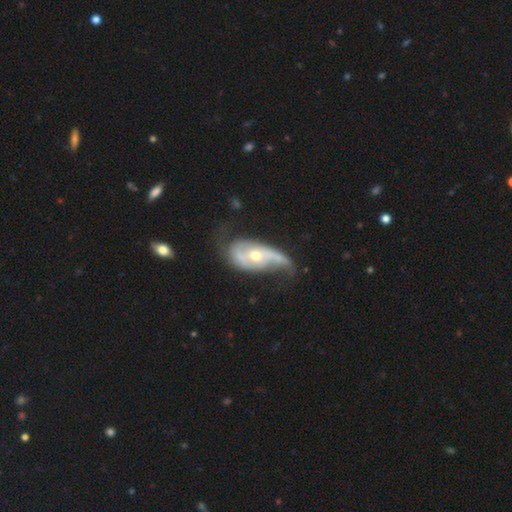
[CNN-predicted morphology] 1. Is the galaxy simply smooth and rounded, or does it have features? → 81% featured or disk, 13% smooth, 6% star or artifact.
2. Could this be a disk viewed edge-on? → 93% no, 7% yes.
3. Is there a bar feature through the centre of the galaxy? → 60% no, 27% weak, 13% strong.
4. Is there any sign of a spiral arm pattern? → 89% yes, 11% no.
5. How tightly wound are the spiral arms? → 55% loose, 31% medium, 14% tight.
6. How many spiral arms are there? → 76% 2, 11% 1, 8% can't tell, 2% 3, 1% 4, 1% more than 4.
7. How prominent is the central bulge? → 56% moderate, 40% small, 3% large, 1% none, 1% dominant.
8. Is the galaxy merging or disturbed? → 42% none, 30% minor disturbance, 25% major disturbance, 3% merger.